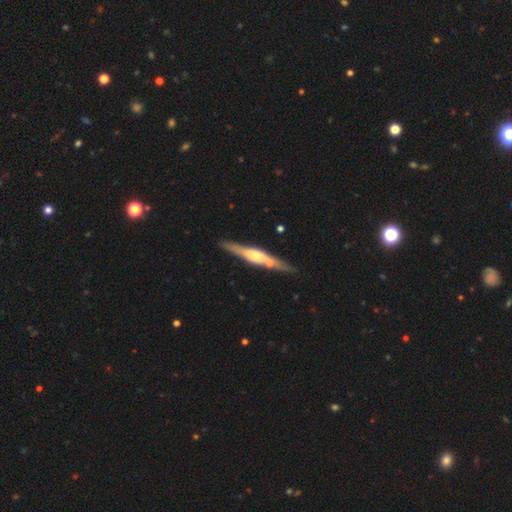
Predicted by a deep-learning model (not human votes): Overall: featured or disk (70%). Edge-on disk: yes (95%). Edge-on bulge: rounded (82%). Merging: none (81%).